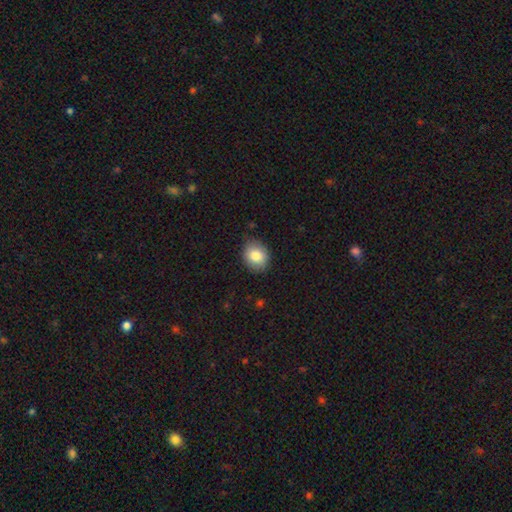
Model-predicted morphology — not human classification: This appears to be a smooth galaxy with no disk features (84%) that is round (55%). Merging: none (83%).